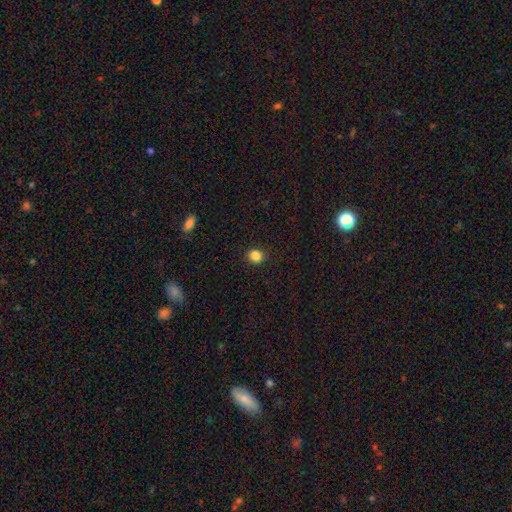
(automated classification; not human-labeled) Smooth or featured?
  - smooth: 85% *
  - star or artifact: 11%
  - featured or disk: 4%
How rounded?
  - round: 81% *
  - in between: 18%
  - cigar-shaped: 1%
Merging?
  - none: 91% *
  - minor disturbance: 6%
  - major disturbance: 2%
  - merger: 1%